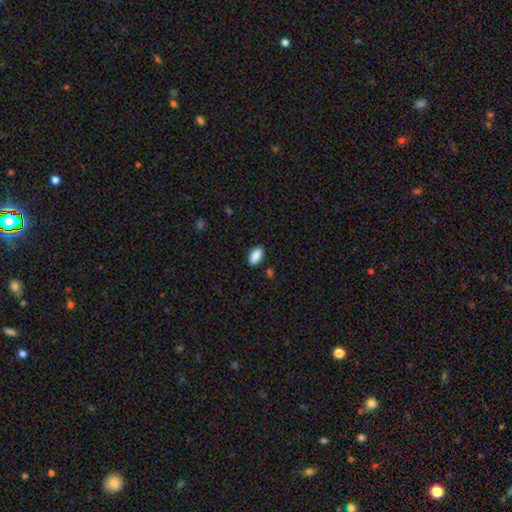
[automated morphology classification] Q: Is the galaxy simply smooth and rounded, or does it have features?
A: smooth — 90%.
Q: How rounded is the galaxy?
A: in between — 94%.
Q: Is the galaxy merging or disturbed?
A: none — 86%.